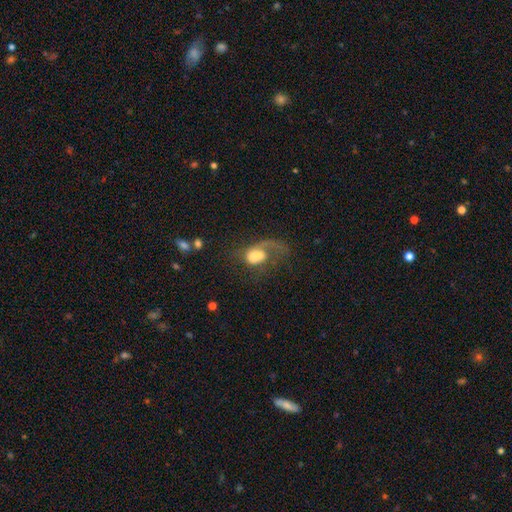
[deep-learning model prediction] A featured or disk galaxy (52%) with no bar (65%), spiral arms (81%) and a large central bulge (41%). Merging: major disturbance (53%).